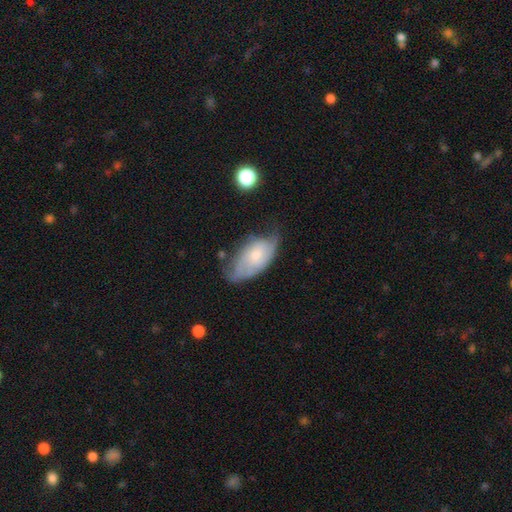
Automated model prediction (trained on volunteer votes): This appears to be a featured or disk galaxy (53%). Merging: none (43%).